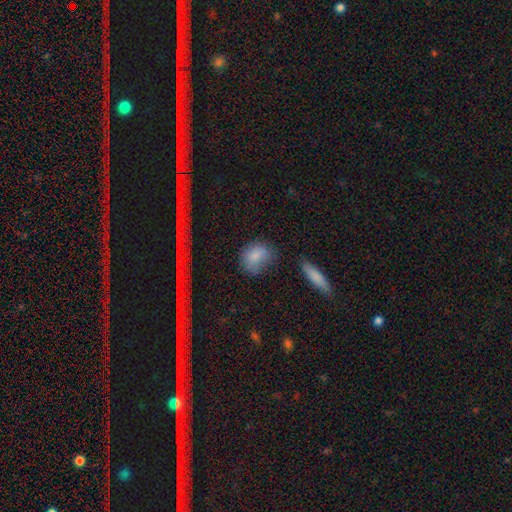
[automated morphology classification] A smooth galaxy with no disk features (80%) that is in between round and cigar-shaped (56%).

Vote fractions:
- Smooth or featured? smooth: 80% / featured or disk: 10% / star or artifact: 9%
- How rounded? in between: 56% / round: 41% / cigar-shaped: 3%
- Merging? none: 54% / minor disturbance: 29% / major disturbance: 12% / merger: 4%